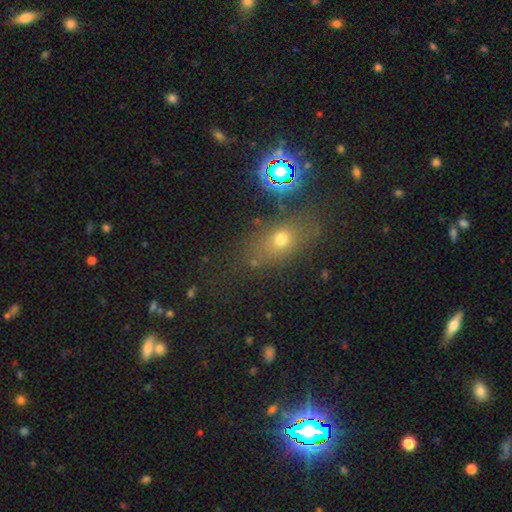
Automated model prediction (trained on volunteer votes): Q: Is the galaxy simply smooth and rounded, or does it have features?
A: smooth — 57%.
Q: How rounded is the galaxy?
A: in between — 59%.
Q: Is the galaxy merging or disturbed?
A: none — 75%.